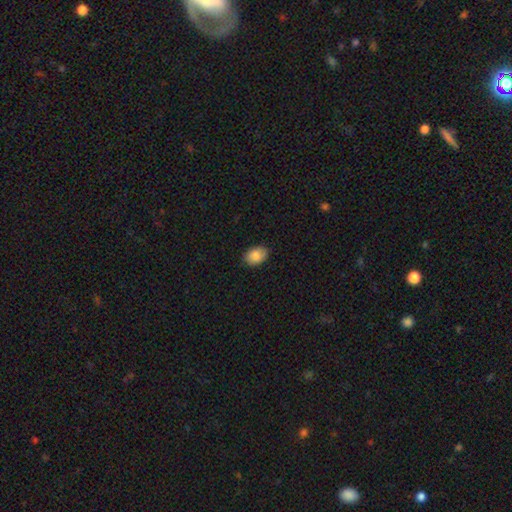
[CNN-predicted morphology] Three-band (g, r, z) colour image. It shows a smooth galaxy with no disk features (87%) that is in between round and cigar-shaped (81%). Merging: none (85%).